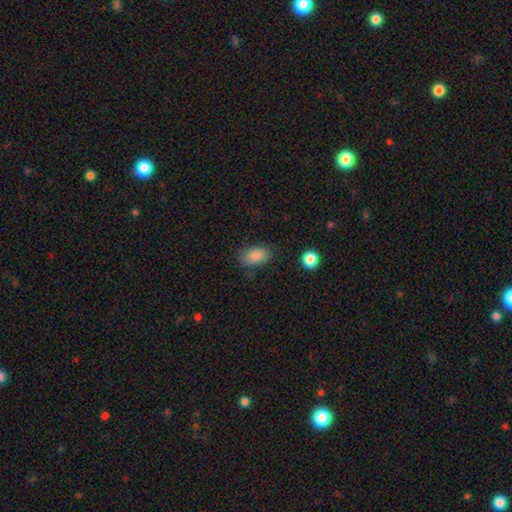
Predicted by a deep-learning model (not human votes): Smooth or featured? smooth (86%)
How rounded? in between (89%)
Merging? none (76%)